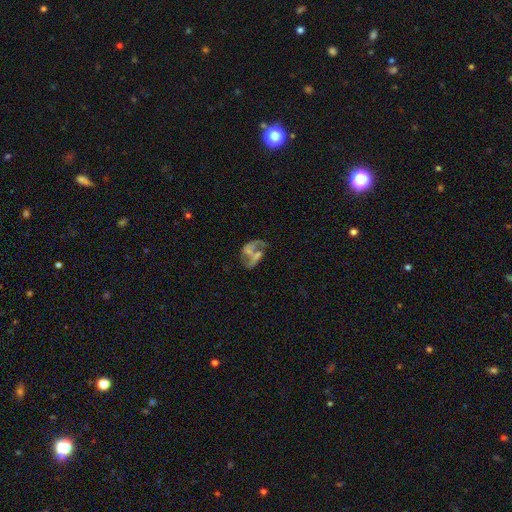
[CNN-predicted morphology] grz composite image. It shows a featured or disk galaxy (70%) with no bar (56%), spiral arms (71%) and a small central bulge (37%). Merging: none (40%).